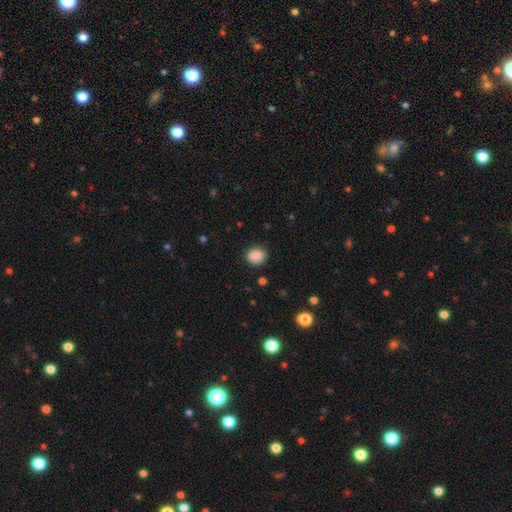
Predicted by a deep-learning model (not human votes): The model was most divided on "how rounded": round: 63%, in between: 36%, cigar-shaped: 1%. More confident: smooth or featured — smooth (89%); merging — none (85%).